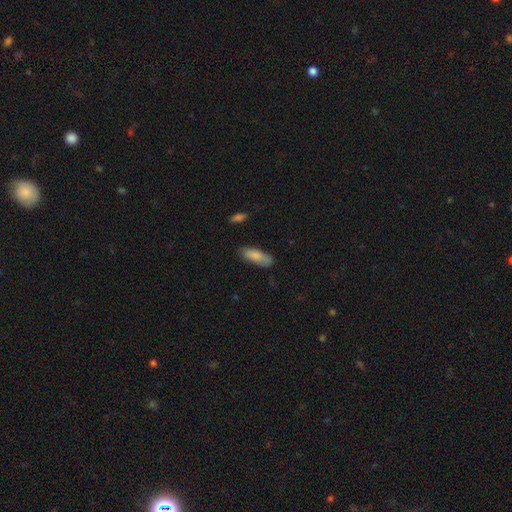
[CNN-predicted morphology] Q: Smooth or featured?
A: smooth (84%); runner-up: featured or disk (10%)
Q: How rounded?
A: in between (61%); runner-up: cigar-shaped (37%)
Q: Merging?
A: none (76%); runner-up: minor disturbance (19%)